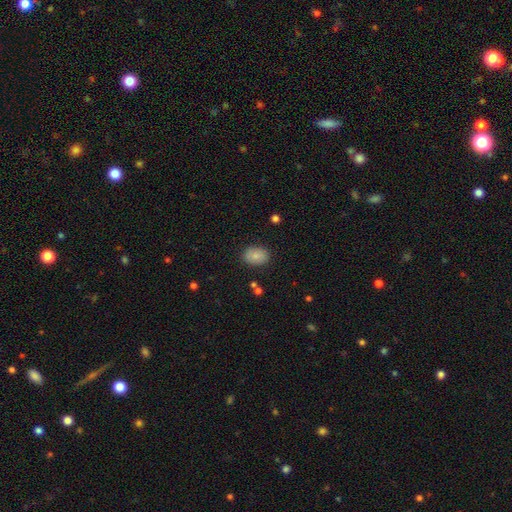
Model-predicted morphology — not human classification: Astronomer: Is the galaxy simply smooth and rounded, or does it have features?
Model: smooth — 82%.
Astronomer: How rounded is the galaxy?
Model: in between — 70%.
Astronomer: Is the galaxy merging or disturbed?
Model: none — 86%.